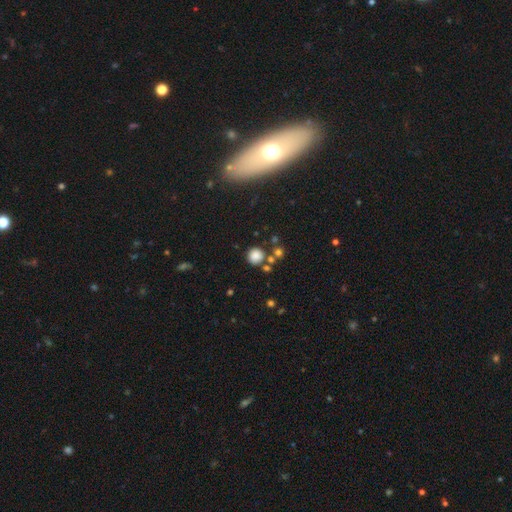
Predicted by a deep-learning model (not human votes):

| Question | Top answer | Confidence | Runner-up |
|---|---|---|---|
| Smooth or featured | smooth | 81% | star or artifact (13%) |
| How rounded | round | 90% | in between (9%) |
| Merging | none | 73% | merger (13%) |